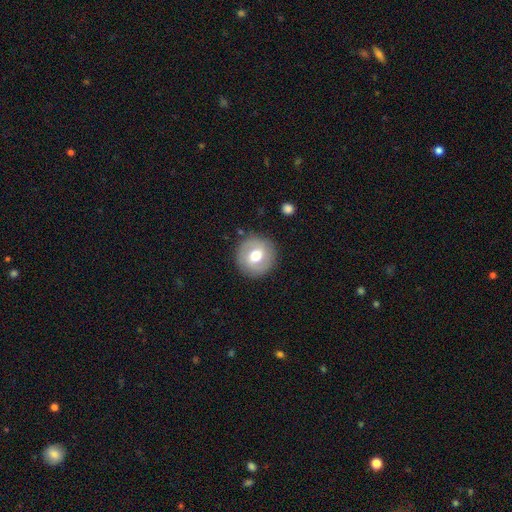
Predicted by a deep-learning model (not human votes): A smooth galaxy with no disk features (58%) that is round (92%). Merging: none (87%).